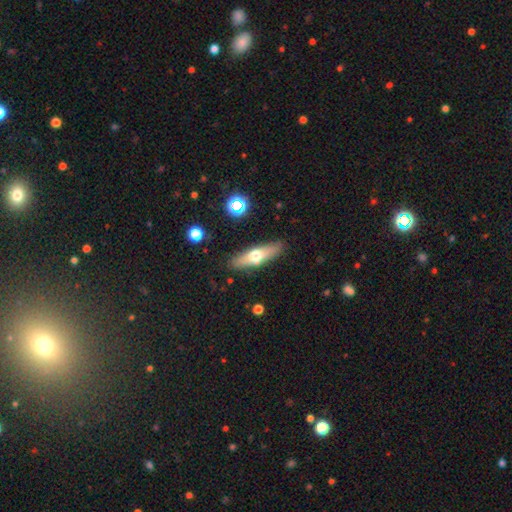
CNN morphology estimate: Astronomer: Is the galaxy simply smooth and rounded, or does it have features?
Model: smooth — 51% (runner-up: featured or disk, 42%).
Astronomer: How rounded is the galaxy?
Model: cigar-shaped — 61%.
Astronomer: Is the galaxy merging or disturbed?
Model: none — 86%.